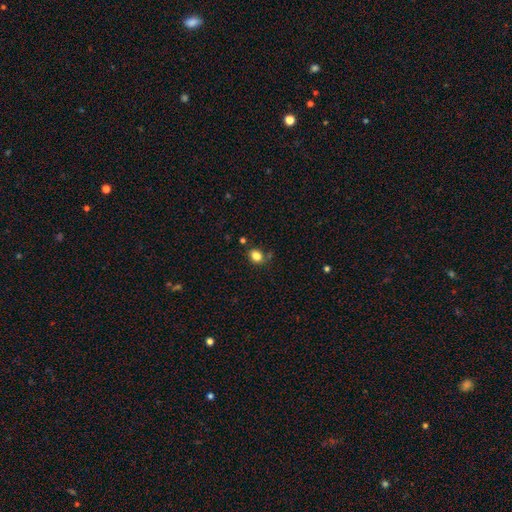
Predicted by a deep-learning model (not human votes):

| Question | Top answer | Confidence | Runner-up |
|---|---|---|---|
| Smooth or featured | smooth | 83% | star or artifact (12%) |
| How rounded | in between | 55% | round (44%) |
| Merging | none | 72% | minor disturbance (16%) |